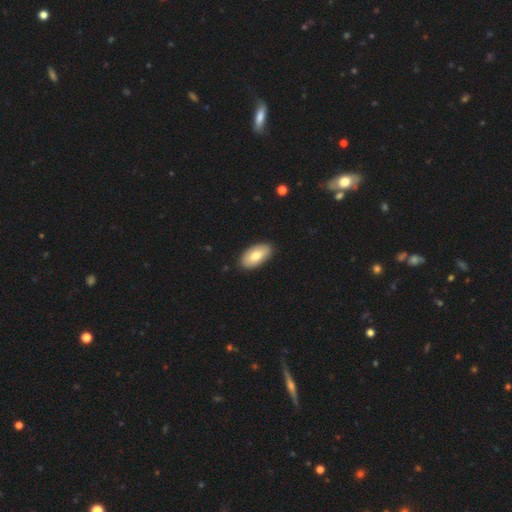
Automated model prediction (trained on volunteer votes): Q: Smooth or featured?
A: smooth (78%); runner-up: featured or disk (17%)
Q: How rounded?
A: in between (95%); runner-up: round (2%)
Q: Merging?
A: none (89%); runner-up: minor disturbance (8%)